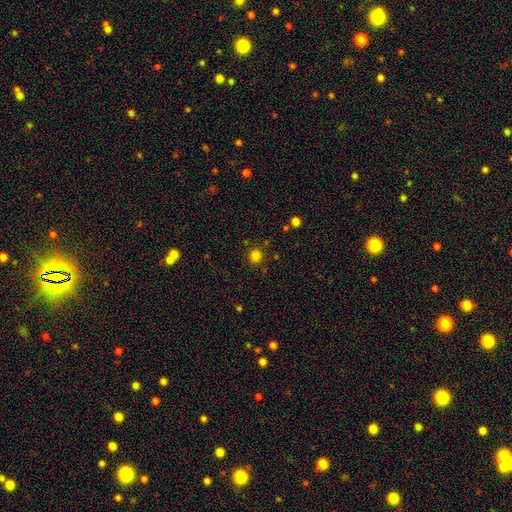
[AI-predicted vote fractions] Smooth or featured: smooth — 81% (star or artifact — 15%)
How rounded: round — 92% (in between — 7%)
Merging: none — 86% (minor disturbance — 8%)